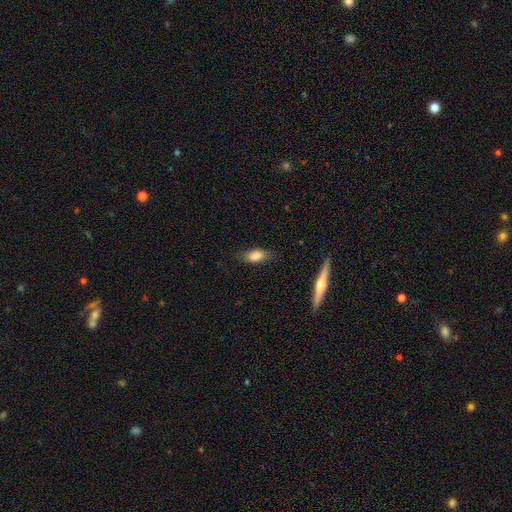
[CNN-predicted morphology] smooth-or-featured: smooth: 81% | featured or disk: 12% | star or artifact: 7%
  how-rounded: in between: 81% | cigar-shaped: 14% | round: 5%
  merging: none: 77% | minor disturbance: 17% | major disturbance: 4% | merger: 1%